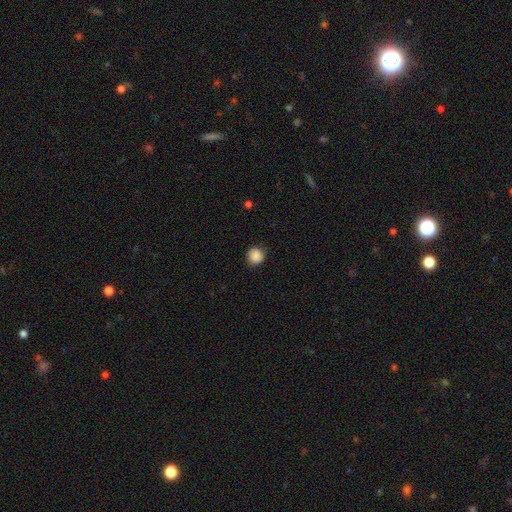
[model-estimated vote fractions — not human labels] smooth-or-featured: smooth: 88% | star or artifact: 9% | featured or disk: 3%
  how-rounded: round: 90% | in between: 9% | cigar-shaped: 1%
  merging: none: 85% | minor disturbance: 11% | major disturbance: 3% | merger: 1%